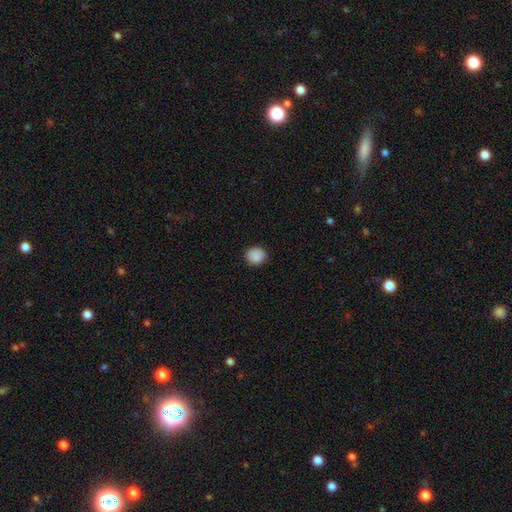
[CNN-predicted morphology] A smooth galaxy with no disk features (88%) that is round (83%). Merging: none (87%).